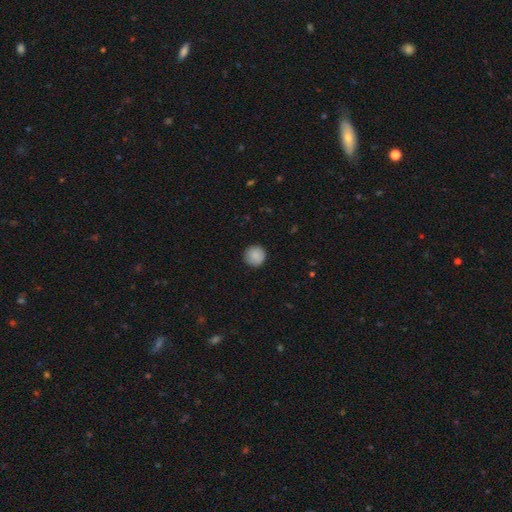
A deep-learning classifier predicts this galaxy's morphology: A smooth galaxy with no disk features (88%) that is round (95%).

Vote fractions:
- Smooth or featured? smooth: 88% / star or artifact: 7% / featured or disk: 5%
- How rounded? round: 95% / in between: 4% / cigar-shaped: 1%
- Merging? none: 90% / minor disturbance: 7% / major disturbance: 2% / merger: 1%